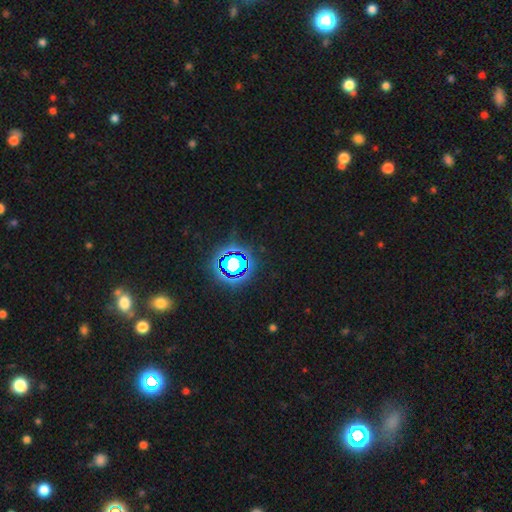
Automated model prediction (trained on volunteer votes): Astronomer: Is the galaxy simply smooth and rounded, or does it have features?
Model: star or artifact — 79%.